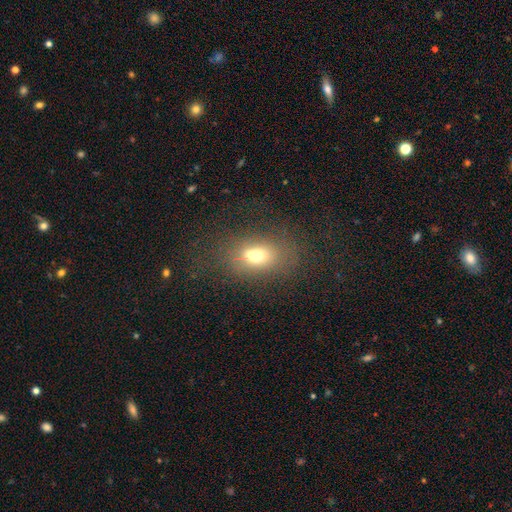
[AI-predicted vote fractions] Smooth or featured? Predicted: smooth (p=0.63). How rounded? Predicted: in between (p=0.70). Merging? Predicted: none (p=0.46).